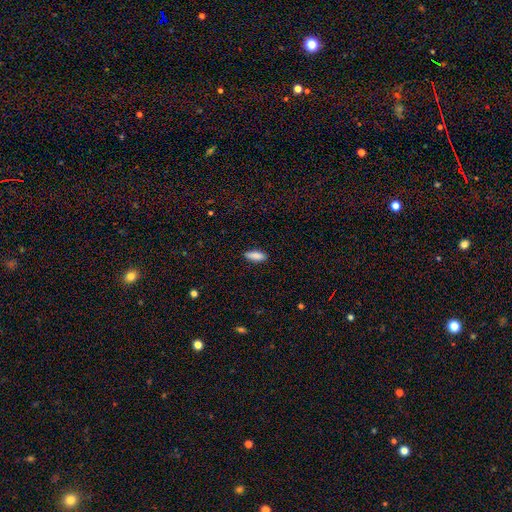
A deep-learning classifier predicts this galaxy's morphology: Overall: smooth (88%). How rounded: in between (72%). Merging: none (87%).